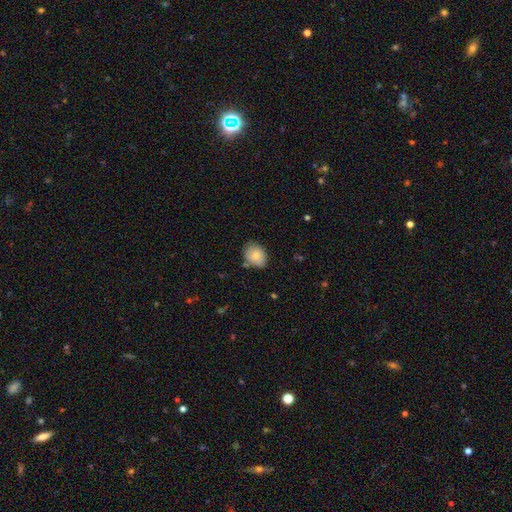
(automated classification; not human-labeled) smooth_or_featured: smooth (p=0.79) [alt: featured or disk p=0.13]
how_rounded: in between (p=0.58) [alt: round p=0.41]
merging: none (p=0.70) [alt: minor disturbance p=0.22]